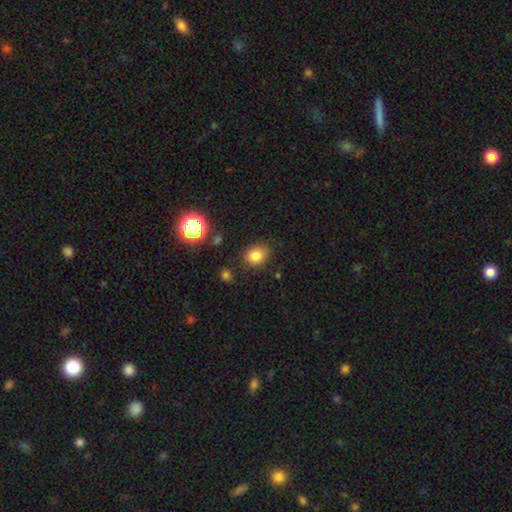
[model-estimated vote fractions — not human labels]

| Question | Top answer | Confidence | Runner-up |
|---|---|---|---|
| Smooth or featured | smooth | 81% | star or artifact (13%) |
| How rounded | round | 68% | in between (31%) |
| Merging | none | 81% | minor disturbance (13%) |